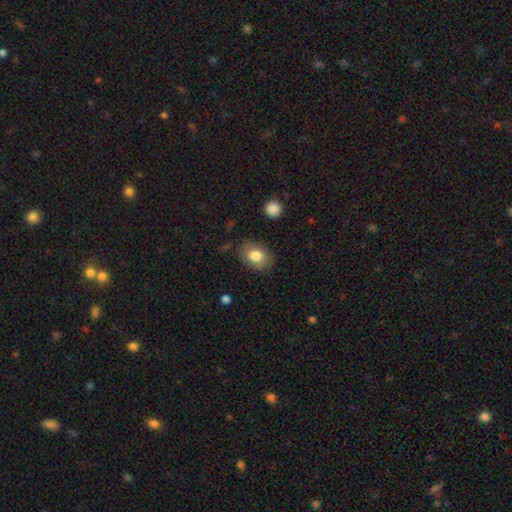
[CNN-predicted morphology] This appears to be a smooth galaxy with no disk features (79%) that is in between round and cigar-shaped (70%). Merging: none (80%).